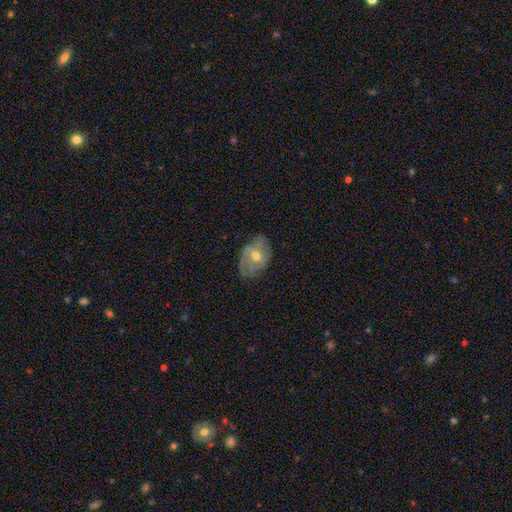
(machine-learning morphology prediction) This is possibly a featured or disk galaxy (57%). It is clearly not viewed edge-on (94%). Bar: likely no (68%). Spiral arm pattern: likely yes (65%). Central bulge: likely moderate (74%). Merging: likely none (63%).